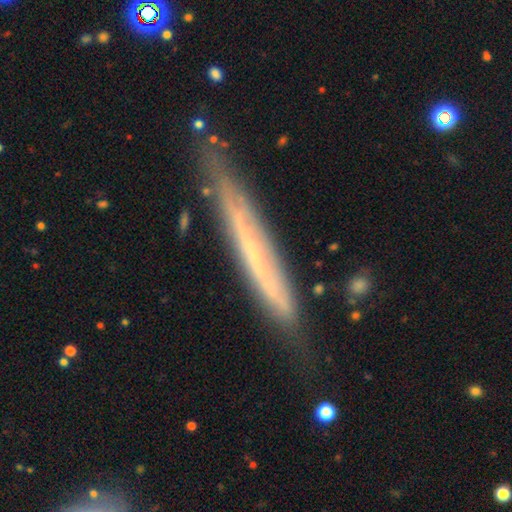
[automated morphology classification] A featured or disk galaxy (62%) viewed edge-on (84%) with no central bulge (84%).

Vote fractions:
- Smooth or featured? featured or disk: 62% / smooth: 30% / star or artifact: 8%
- Edge-on disk? yes: 84% / no: 16%
- Edge-on bulge? none: 84% / rounded: 11% / boxy: 5%
- Merging? none: 75% / minor disturbance: 19% / major disturbance: 4% / merger: 2%